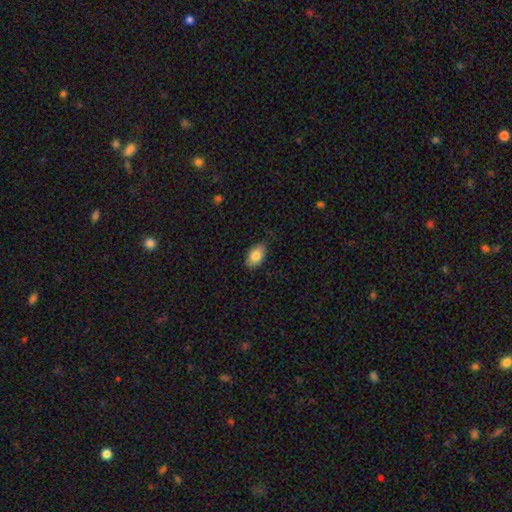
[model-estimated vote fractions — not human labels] Overall: smooth (83%). How rounded: in between (91%). Merging: none (80%).